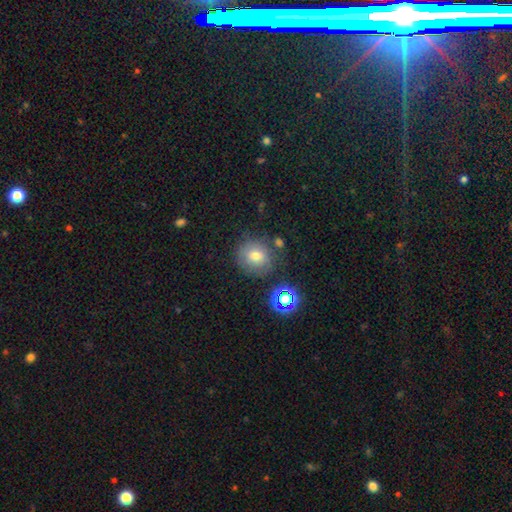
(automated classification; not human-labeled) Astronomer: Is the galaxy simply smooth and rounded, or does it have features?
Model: smooth — 69%.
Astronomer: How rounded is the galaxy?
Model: round — 86%.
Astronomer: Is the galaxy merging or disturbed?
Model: none — 74%.